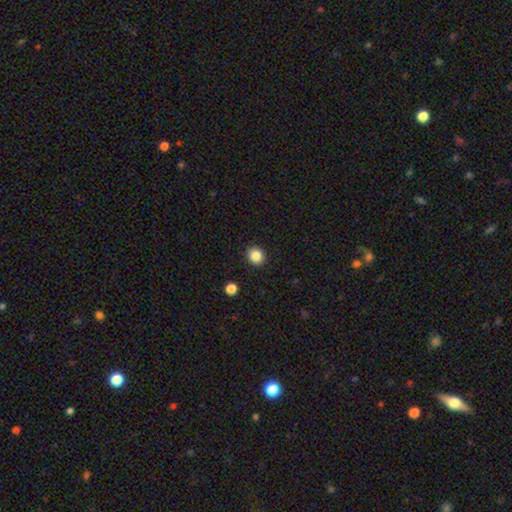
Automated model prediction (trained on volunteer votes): smooth_or_featured: smooth (p=0.86) [alt: star or artifact p=0.10]
how_rounded: round (p=0.81) [alt: in between p=0.18]
merging: none (p=0.91) [alt: minor disturbance p=0.06]